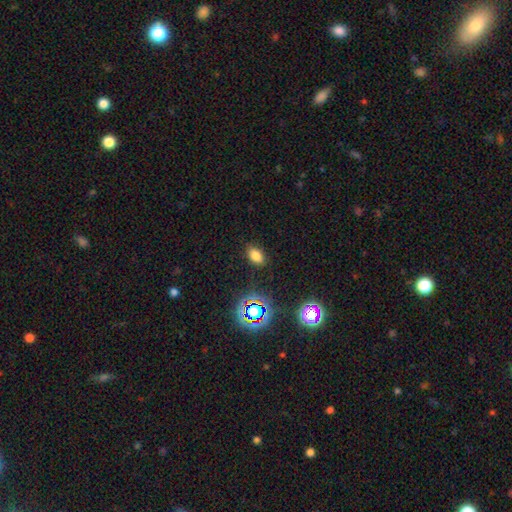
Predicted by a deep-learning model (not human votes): This is likely a smooth galaxy (75%). How rounded: clearly in between (86%). Merging: clearly none (85%).